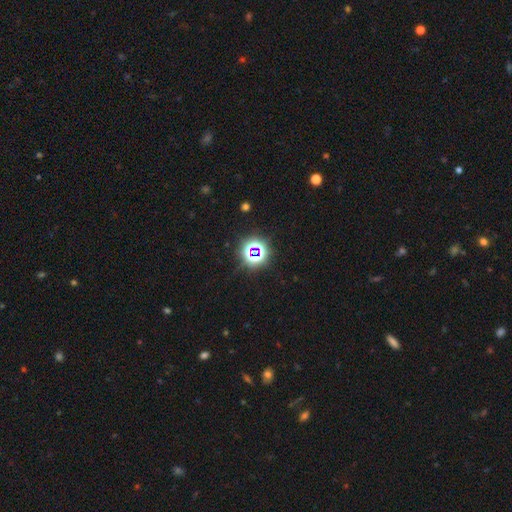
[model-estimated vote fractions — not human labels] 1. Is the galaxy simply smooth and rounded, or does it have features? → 75% star or artifact, 17% smooth, 8% featured or disk.